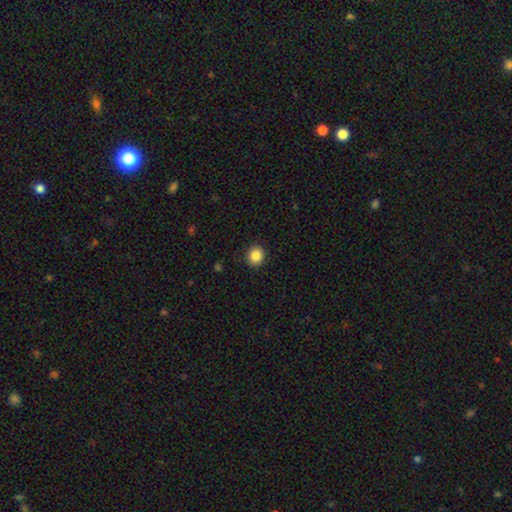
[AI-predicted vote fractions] Morphology: type=smooth (87%); roundness=round (81%); merging=none (91%).